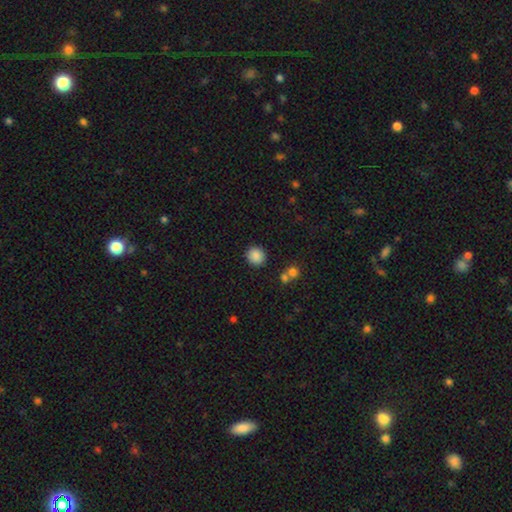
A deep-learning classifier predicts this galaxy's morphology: A smooth galaxy with no disk features (87%) that is round (88%).

Vote fractions:
- Smooth or featured? smooth: 87% / star or artifact: 9% / featured or disk: 4%
- How rounded? round: 88% / in between: 11% / cigar-shaped: 1%
- Merging? none: 86% / minor disturbance: 8% / merger: 4% / major disturbance: 2%